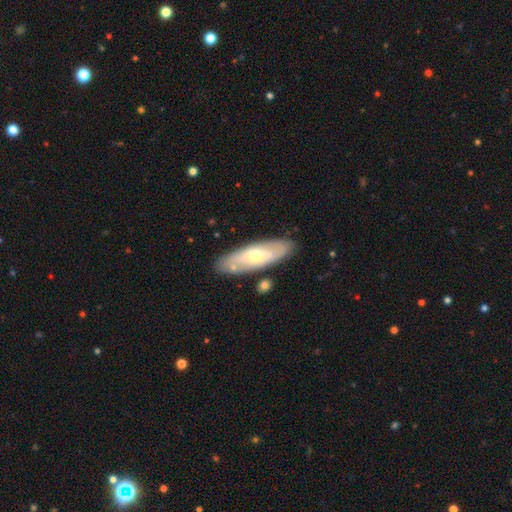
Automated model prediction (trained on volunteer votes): A featured or disk galaxy (52%).

Vote fractions:
- Smooth or featured? featured or disk: 52% / smooth: 42% / star or artifact: 6%
- Edge-on disk? no: 73% / yes: 27%
- Merging? none: 82% / minor disturbance: 11% / merger: 4% / major disturbance: 3%